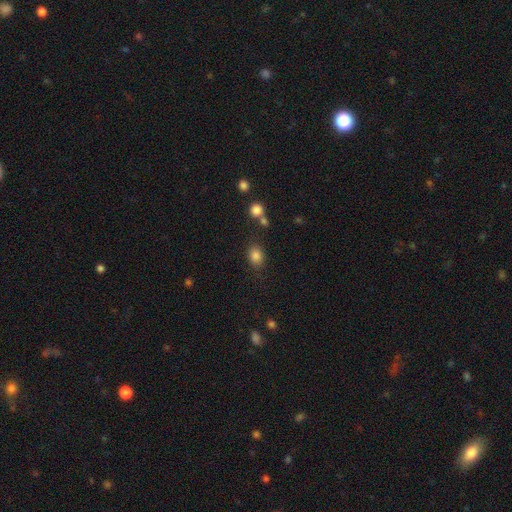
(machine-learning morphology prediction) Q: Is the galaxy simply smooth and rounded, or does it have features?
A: smooth — 84%.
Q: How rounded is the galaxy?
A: in between — 58%.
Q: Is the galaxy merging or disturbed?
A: none — 77%.